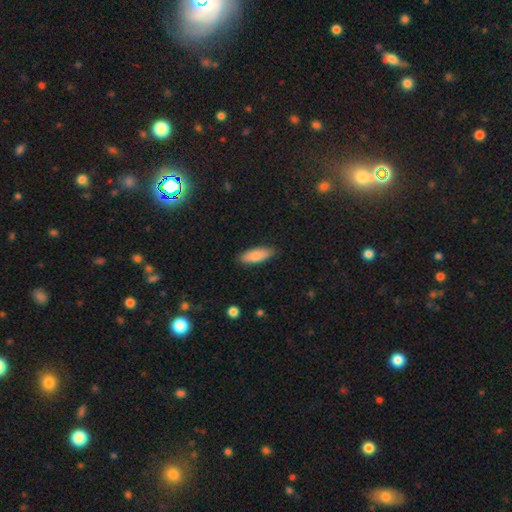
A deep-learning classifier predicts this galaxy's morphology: Overall: smooth (82%). How rounded: in between (68%; cigar-shaped 30%). Merging: none (85%).